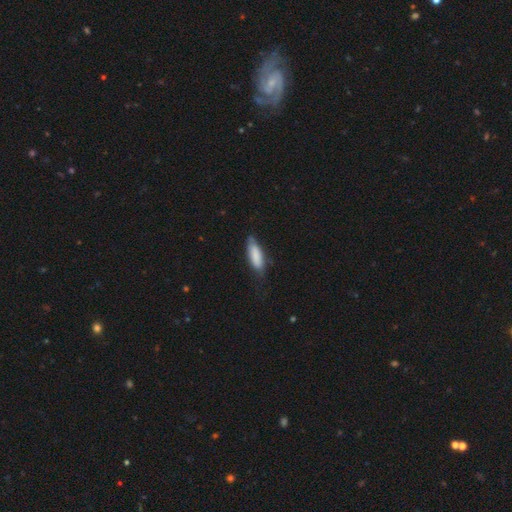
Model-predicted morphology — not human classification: smooth 82%, featured or disk 12%, star or artifact 6%. Down the decision tree: how rounded — in between (56%); merging — none (63%).